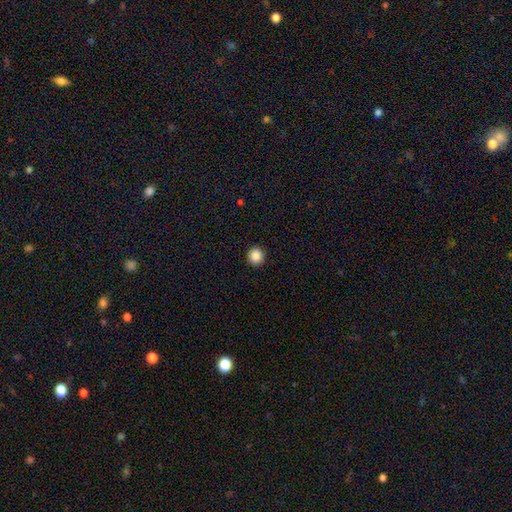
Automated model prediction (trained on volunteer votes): This is clearly a smooth galaxy (88%). How rounded: clearly round (90%). Merging: clearly none (93%).